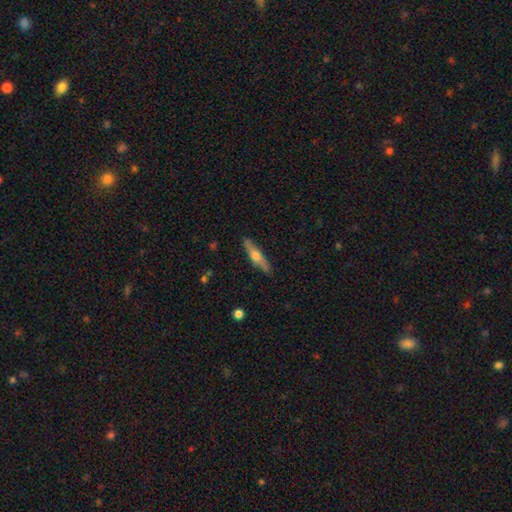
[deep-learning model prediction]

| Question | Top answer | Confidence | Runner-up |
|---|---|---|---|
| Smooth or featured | featured or disk | 47% | tied: smooth (47%) |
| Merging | none | 87% | minor disturbance (10%) |